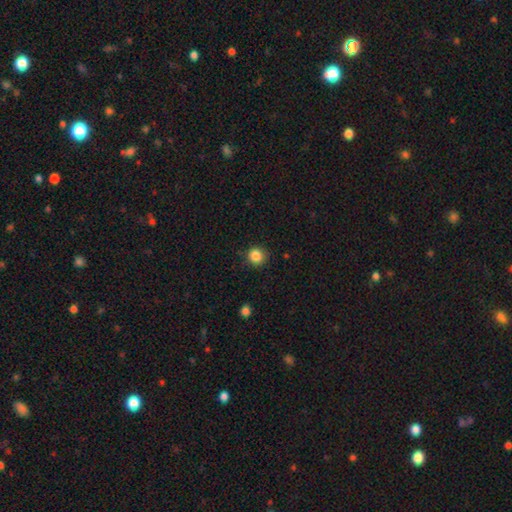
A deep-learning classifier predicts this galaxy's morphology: smooth_or_featured: smooth (p=0.85) [alt: star or artifact p=0.11]
how_rounded: round (p=0.92) [alt: in between p=0.07]
merging: none (p=0.88) [alt: minor disturbance p=0.08]